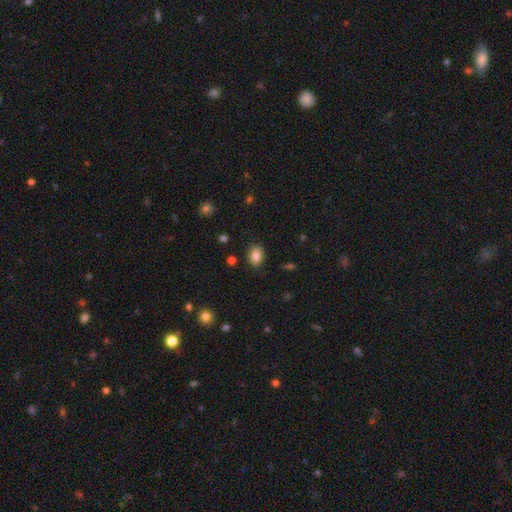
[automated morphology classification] Smooth or featured? Predicted: smooth (p=0.83). How rounded? Predicted: in between (p=0.74). Merging? Predicted: none (p=0.87).